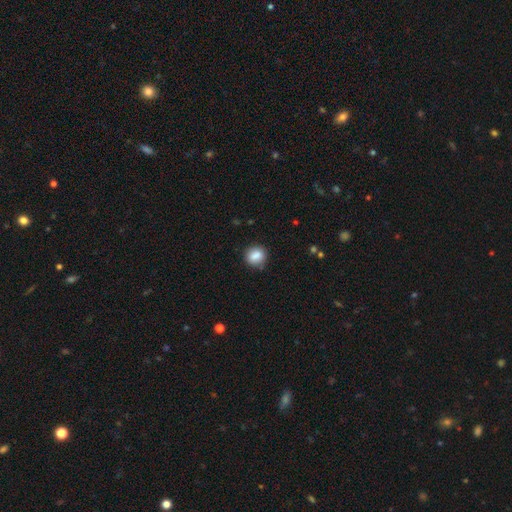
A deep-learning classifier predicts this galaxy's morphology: Smooth or featured? Predicted: smooth (p=0.86). How rounded? Predicted: round (p=0.74). Merging? Predicted: none (p=0.85).